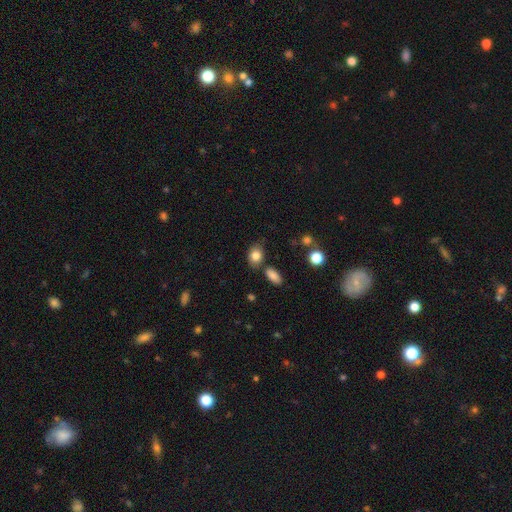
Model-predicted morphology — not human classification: smooth_or_featured: smooth (p=0.83) [alt: star or artifact p=0.09]
how_rounded: in between (p=0.69) [alt: round p=0.30]
merging: none (p=0.73) [alt: minor disturbance p=0.15]